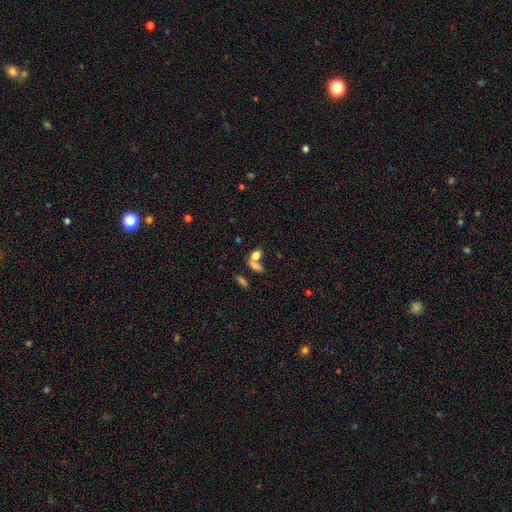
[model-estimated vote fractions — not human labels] This is likely a smooth galaxy (77%). How rounded: likely in between (65%). Merging: possibly merger (48%).